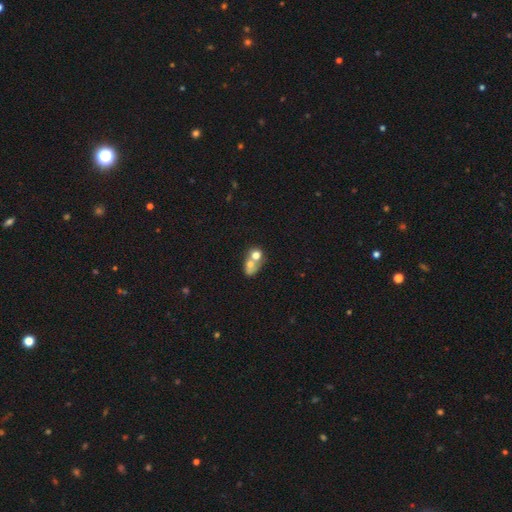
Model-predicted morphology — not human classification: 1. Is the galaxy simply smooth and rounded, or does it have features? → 65% smooth, 24% featured or disk, 11% star or artifact.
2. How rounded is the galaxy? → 58% round, 41% in between, 1% cigar-shaped.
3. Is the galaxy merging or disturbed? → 70% merger, 19% none, 6% minor disturbance, 5% major disturbance.